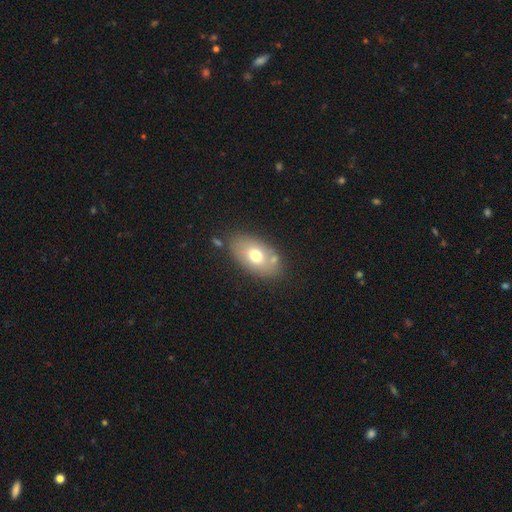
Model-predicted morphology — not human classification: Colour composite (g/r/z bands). It shows a smooth galaxy with no disk features (67%) that is in between round and cigar-shaped (90%). Merging: none (73%).